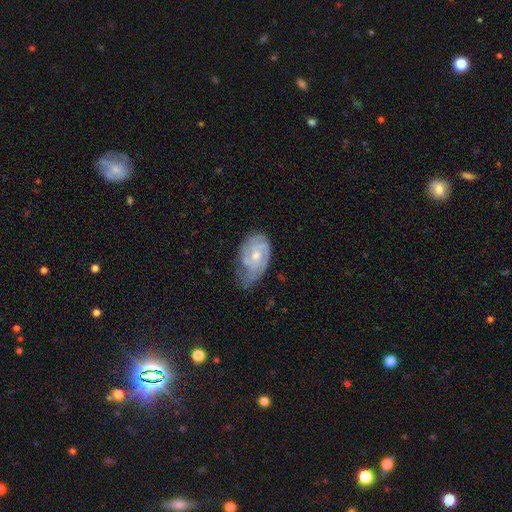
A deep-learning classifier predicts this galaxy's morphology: A featured or disk galaxy (74%) with no bar (68%), 2 (32%, tied with can't tell) tight (56%) spiral arms (90%) and a moderate central bulge (53%). Merging: none (45%).